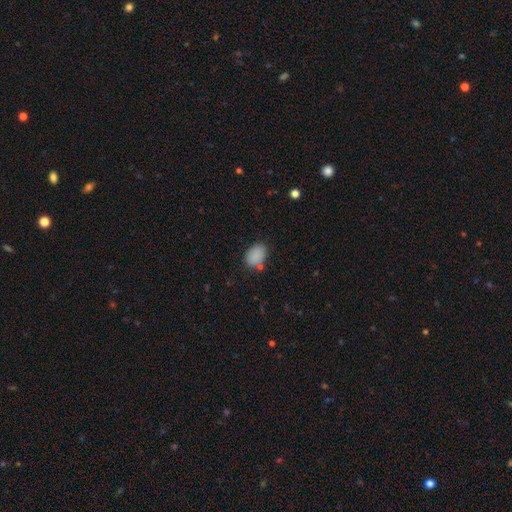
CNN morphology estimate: smooth-or-featured: smooth: 87% | star or artifact: 9% | featured or disk: 4%
  how-rounded: in between: 77% | round: 22% | cigar-shaped: 1%
  merging: none: 75% | minor disturbance: 16% | merger: 5% | major disturbance: 4%